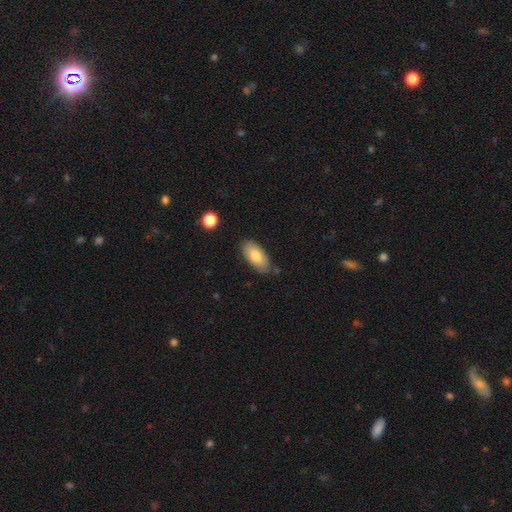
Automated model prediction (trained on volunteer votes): The model was most divided on "smooth or featured": smooth: 78%, featured or disk: 16%, star or artifact: 6%. More confident: how rounded — in between (92%); merging — none (78%).